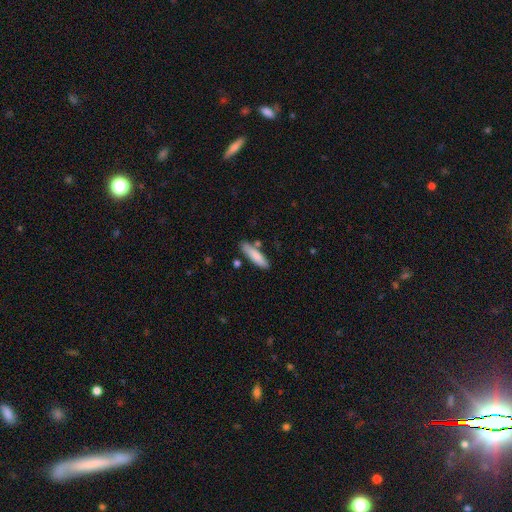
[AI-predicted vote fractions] Smooth or featured?
  - smooth: 82% *
  - featured or disk: 13%
  - star or artifact: 6%
How rounded?
  - cigar-shaped: 72% *
  - in between: 26%
  - round: 2%
Merging?
  - none: 79% *
  - minor disturbance: 13%
  - merger: 6%
  - major disturbance: 3%